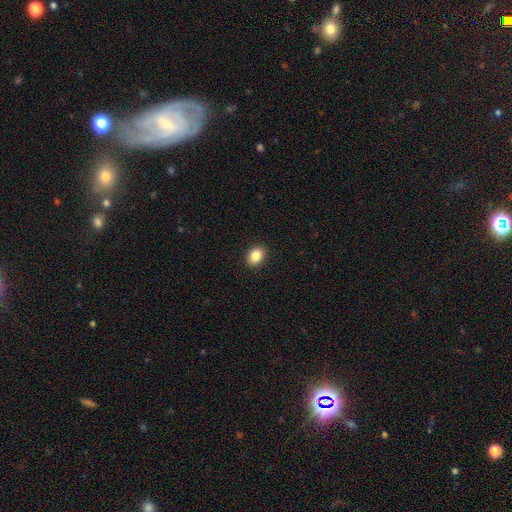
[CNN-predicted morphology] A smooth galaxy with no disk features (86%) that is in between round and cigar-shaped (63%). Merging: none (91%).